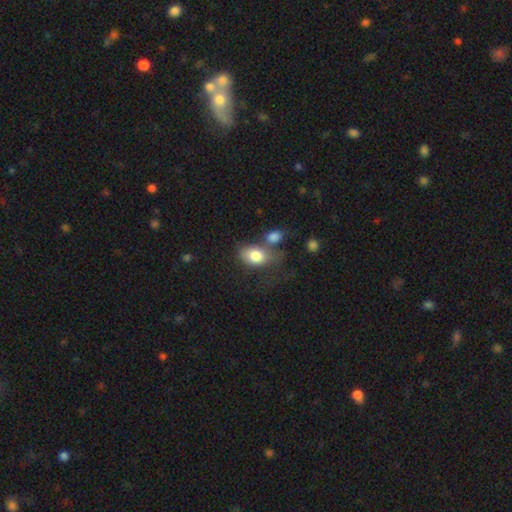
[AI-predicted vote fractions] Morphology: type=smooth (81%); roundness=in between (80%); merging=none (36%).